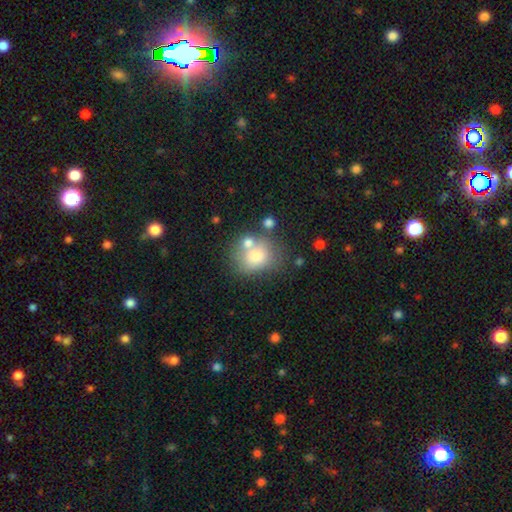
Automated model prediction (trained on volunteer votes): The model was most divided on "merging": none: 48%, merger: 30%, minor disturbance: 15%, major disturbance: 7%. More confident: smooth or featured — smooth (72%); how rounded — round (65%).